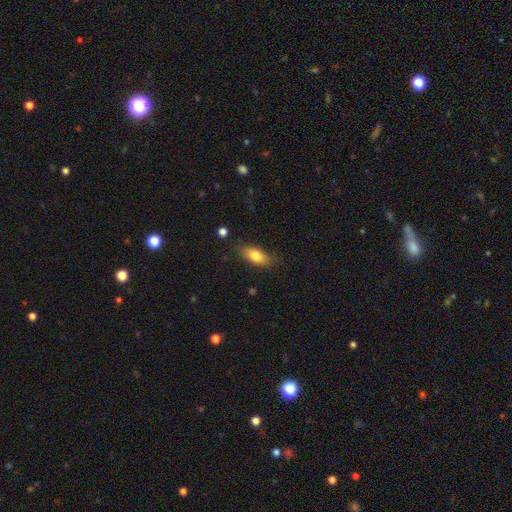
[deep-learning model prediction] smooth-or-featured: smooth: 78% | featured or disk: 15% | star or artifact: 7%
  how-rounded: in between: 80% | cigar-shaped: 16% | round: 4%
  merging: none: 80% | minor disturbance: 14% | major disturbance: 3% | merger: 2%